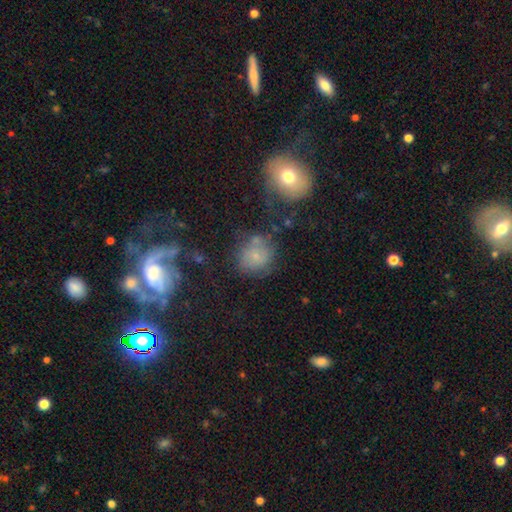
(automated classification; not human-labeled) Smooth or featured: smooth — 63% (featured or disk — 21%)
How rounded: round — 76% (in between — 23%)
Merging: none — 56% (minor disturbance — 19%)